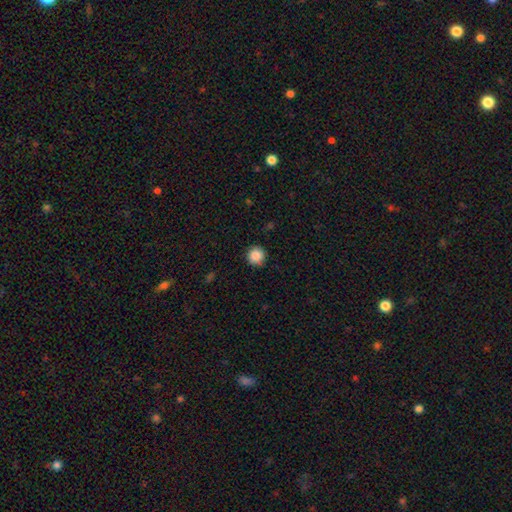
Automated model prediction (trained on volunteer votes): Overall: smooth (87%). How rounded: round (94%). Merging: none (88%).